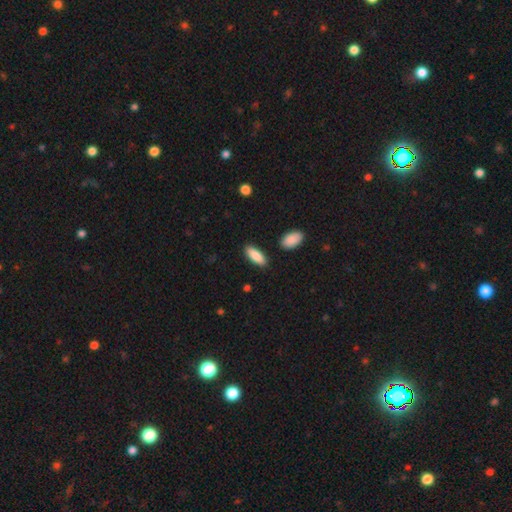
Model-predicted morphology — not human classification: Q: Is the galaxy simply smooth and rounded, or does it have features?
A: smooth — 87%.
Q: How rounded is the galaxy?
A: in between — 70%.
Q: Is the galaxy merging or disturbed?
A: none — 86%.